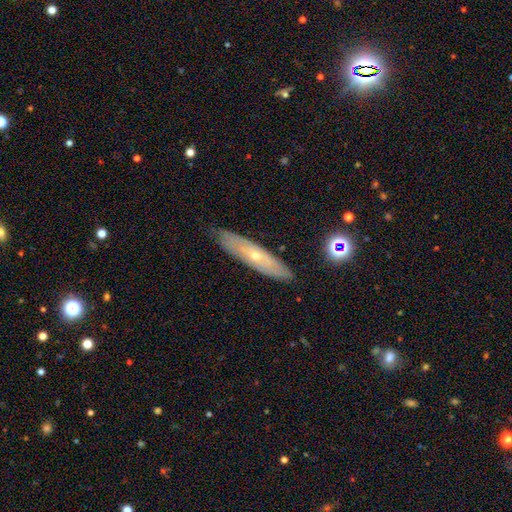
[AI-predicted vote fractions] A featured or disk galaxy (56%) with not edge-on (50%, tied with yes).

Vote fractions:
- Smooth or featured? featured or disk: 56% / smooth: 36% / star or artifact: 7%
- Edge-on disk? no: 50% (tied) / yes: 50% (tied)
- Merging? none: 82% / minor disturbance: 14% / major disturbance: 3% / merger: 1%